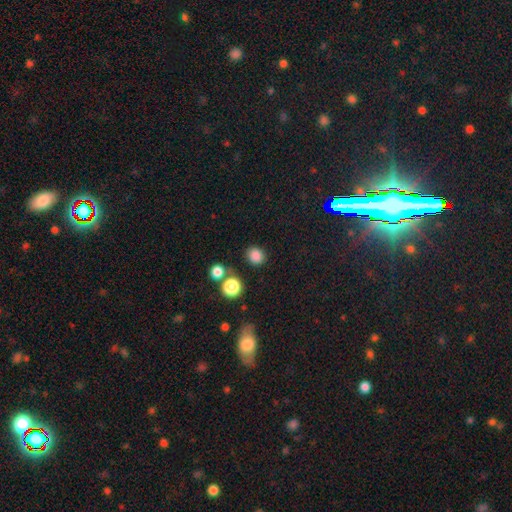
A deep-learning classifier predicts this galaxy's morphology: Smooth or featured? smooth (83%)
How rounded? round (77%)
Merging? none (82%)